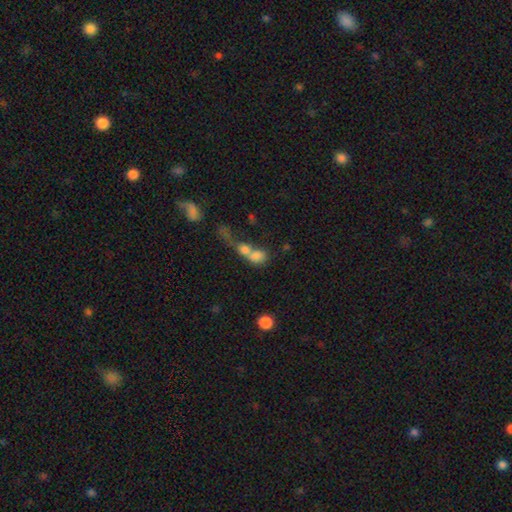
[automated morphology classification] smooth_or_featured: smooth (p=0.73) [alt: featured or disk p=0.15]
how_rounded: in between (p=0.58) [alt: round p=0.38]
merging: merger (p=0.70) [alt: none p=0.16]